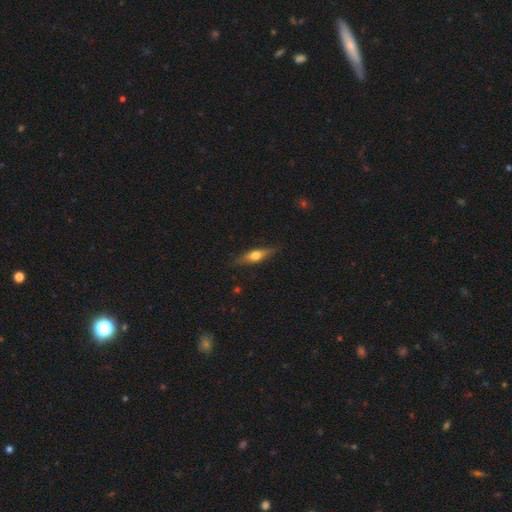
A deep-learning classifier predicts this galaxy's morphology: type=smooth (47%); merging=none (85%).